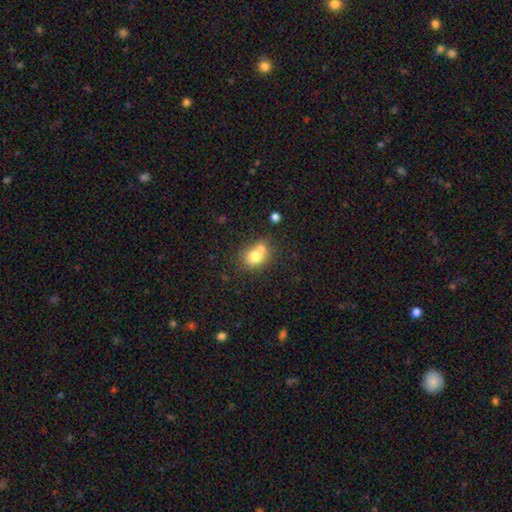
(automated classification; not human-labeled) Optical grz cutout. It shows a smooth galaxy with no disk features (74%) that is round (55%). Merging: none (41%).